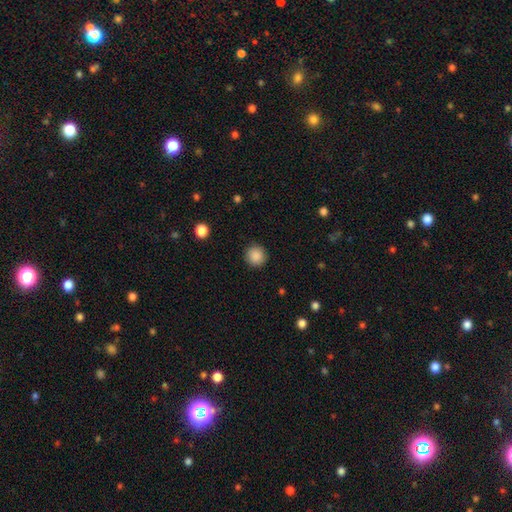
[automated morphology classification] Smooth or featured? smooth (88%)
How rounded? round (94%)
Merging? none (91%)